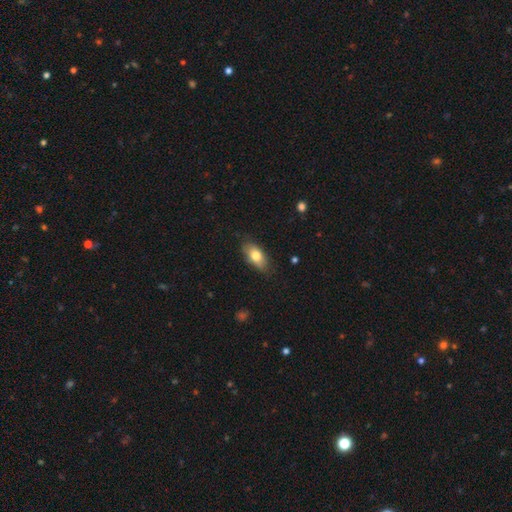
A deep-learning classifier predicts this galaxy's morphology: Smooth or featured: smooth — 75% (featured or disk — 18%)
How rounded: in between — 87% (cigar-shaped — 8%)
Merging: none — 79% (minor disturbance — 17%)